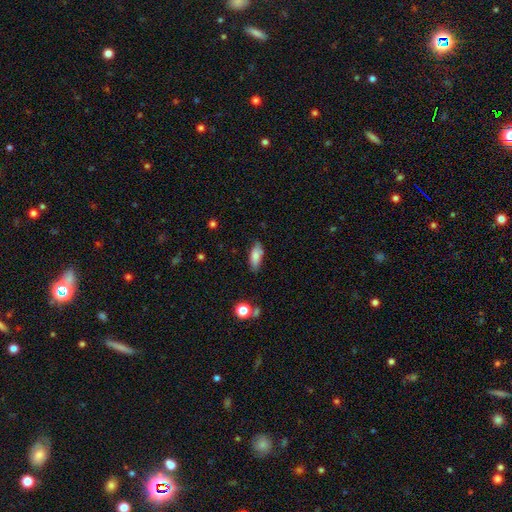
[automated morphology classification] A smooth galaxy with no disk features (80%) that is in between round and cigar-shaped (76%).

Vote fractions:
- Smooth or featured? smooth: 80% / featured or disk: 13% / star or artifact: 7%
- How rounded? in between: 76% / cigar-shaped: 21% / round: 3%
- Merging? none: 74% / minor disturbance: 19% / major disturbance: 4% / merger: 3%